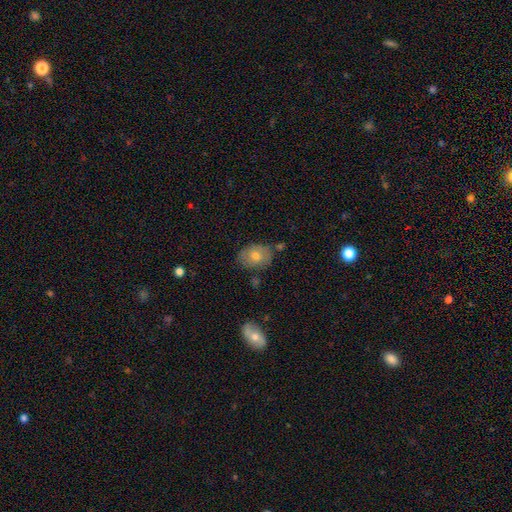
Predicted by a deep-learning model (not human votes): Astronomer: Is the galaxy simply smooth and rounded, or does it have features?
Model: smooth — 64%.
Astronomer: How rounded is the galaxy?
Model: in between — 67%.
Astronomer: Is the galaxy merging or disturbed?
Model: none — 73%.